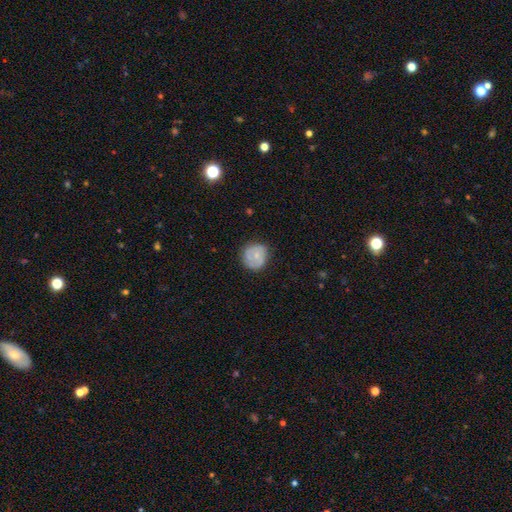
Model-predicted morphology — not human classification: Overall: smooth (59%; featured or disk 34%). How rounded: round (86%). Merging: none (72%).